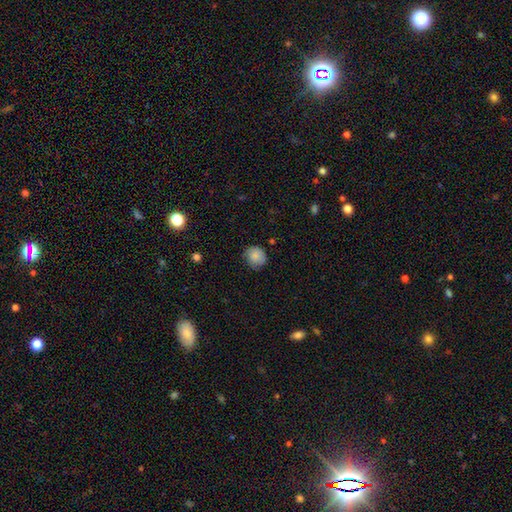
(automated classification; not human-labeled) A smooth galaxy with no disk features (82%) that is round (83%). Merging: none (68%).